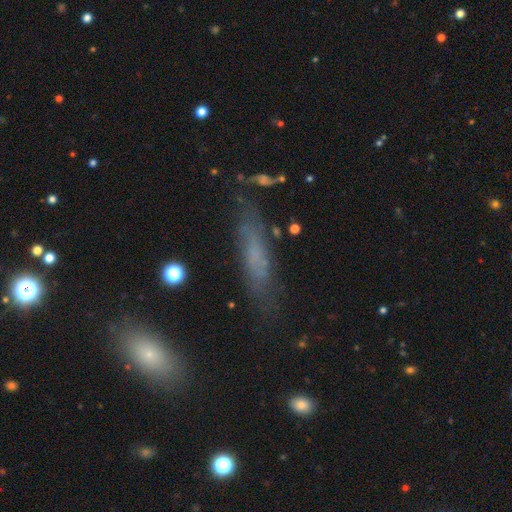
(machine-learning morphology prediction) Smooth or featured? Predicted: smooth (p=0.51). How rounded? Predicted: cigar-shaped (p=0.76). Merging? Predicted: none (p=0.72).